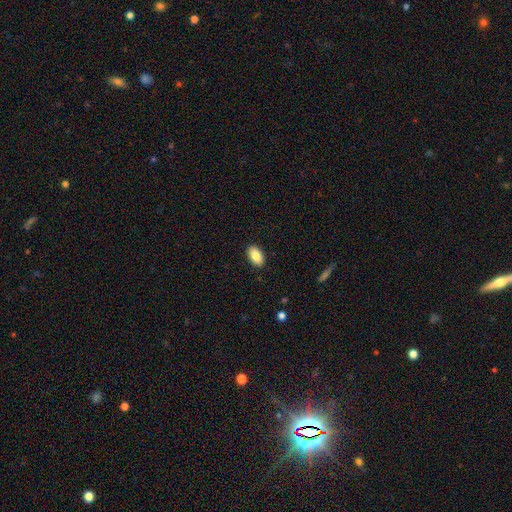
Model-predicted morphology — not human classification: Q: Smooth or featured?
A: smooth (86%); runner-up: featured or disk (7%)
Q: How rounded?
A: in between (93%); runner-up: round (4%)
Q: Merging?
A: none (89%); runner-up: minor disturbance (8%)